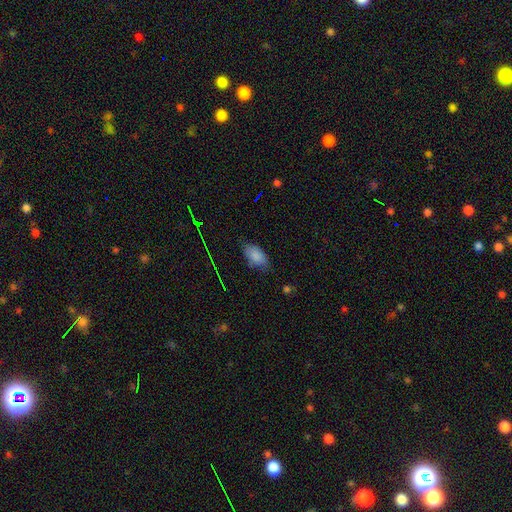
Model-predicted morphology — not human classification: Smooth or featured: smooth — 82% (star or artifact — 11%)
How rounded: in between — 92% (round — 4%)
Merging: none — 70% (minor disturbance — 23%)